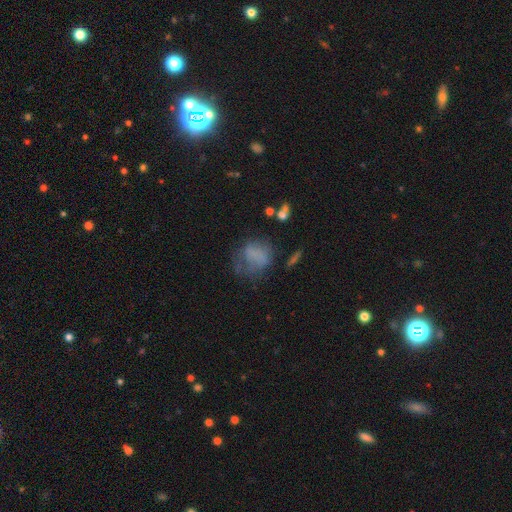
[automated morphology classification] A smooth galaxy with no disk features (61%) that is round (60%). Merging: none (38%).